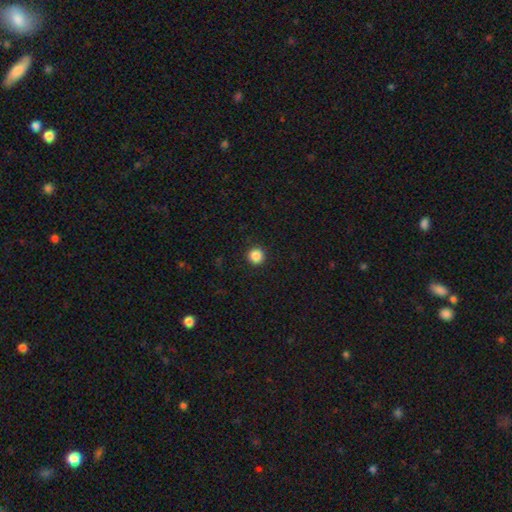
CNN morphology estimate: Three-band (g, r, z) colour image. It shows a smooth galaxy with no disk features (87%) that is round (94%). Merging: none (92%).